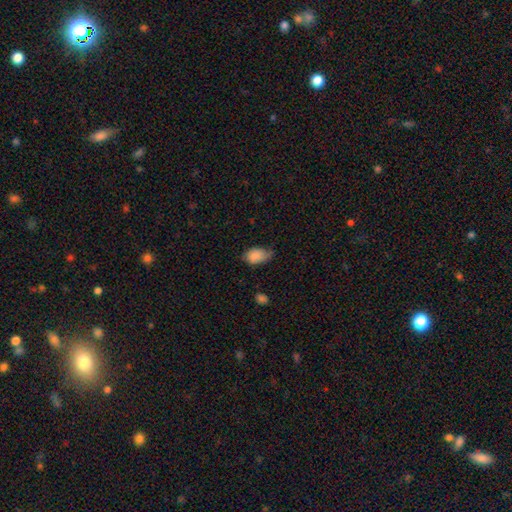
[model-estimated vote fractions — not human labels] Smooth or featured?
  - smooth: 84% *
  - featured or disk: 8%
  - star or artifact: 8%
How rounded?
  - in between: 86% *
  - round: 12%
  - cigar-shaped: 1%
Merging?
  - minor disturbance: 43% *
  - none: 41%
  - major disturbance: 14%
  - merger: 2%